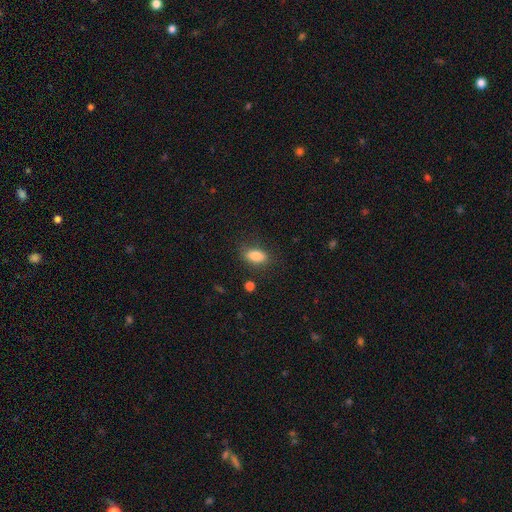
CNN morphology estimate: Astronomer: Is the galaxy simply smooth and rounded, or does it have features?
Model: smooth — 85%.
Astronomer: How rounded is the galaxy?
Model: in between — 88%.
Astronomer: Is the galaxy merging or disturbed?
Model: none — 79%.